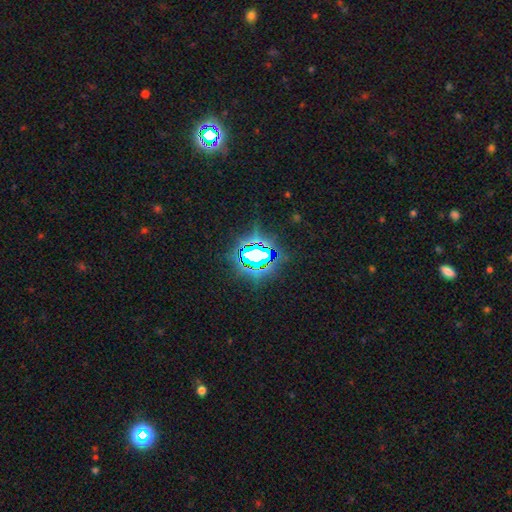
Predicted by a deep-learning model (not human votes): This appears to be a star or artifact, not a galaxy (75%).